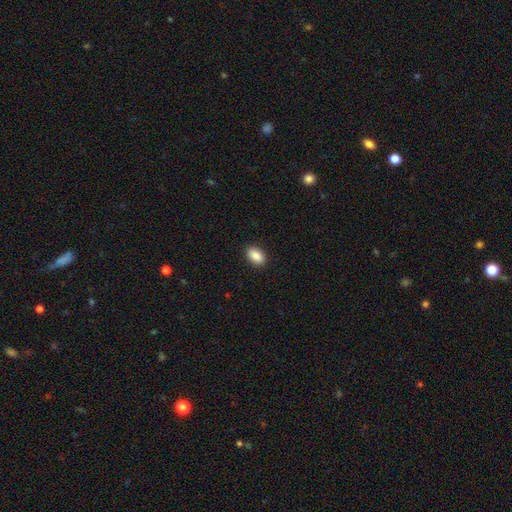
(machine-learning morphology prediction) Smooth or featured? Predicted: smooth (p=0.88). How rounded? Predicted: in between (p=0.90). Merging? Predicted: none (p=0.91).